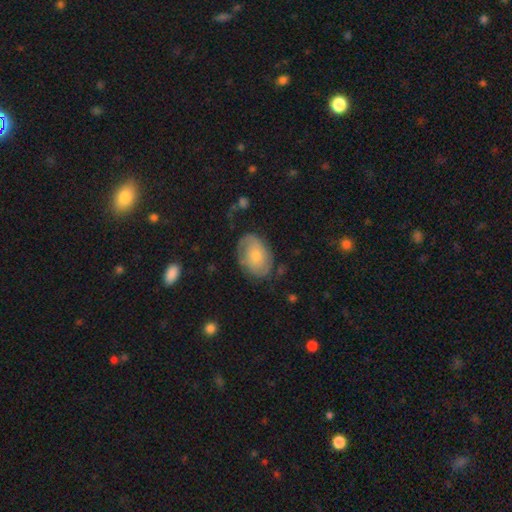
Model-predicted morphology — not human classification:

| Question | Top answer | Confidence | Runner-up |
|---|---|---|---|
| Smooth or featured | smooth | 48% | featured or disk (45%) |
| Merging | none | 66% | minor disturbance (22%) |